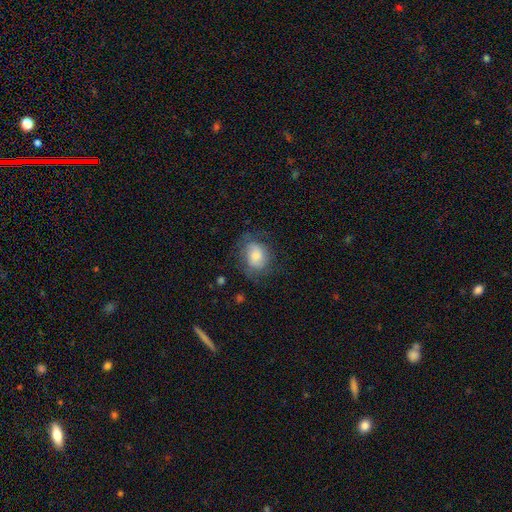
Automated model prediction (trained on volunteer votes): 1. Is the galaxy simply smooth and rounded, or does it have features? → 63% smooth, 28% featured or disk, 8% star or artifact.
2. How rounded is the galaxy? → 51% round, 48% in between, 1% cigar-shaped.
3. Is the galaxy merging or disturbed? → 60% none, 24% minor disturbance, 15% major disturbance, 1% merger.